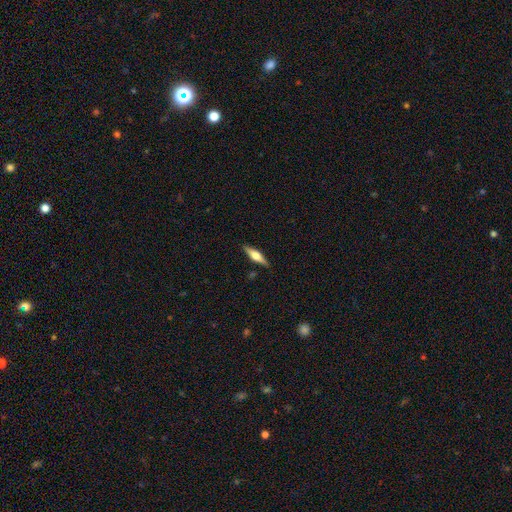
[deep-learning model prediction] smooth_or_featured: featured or disk (p=0.57) [alt: smooth p=0.37]
disk_edge_on: yes (p=0.95) [alt: no p=0.05]
edge_on_bulge: rounded (p=0.88) [alt: boxy p=0.10]
merging: none (p=0.87) [alt: minor disturbance p=0.09]